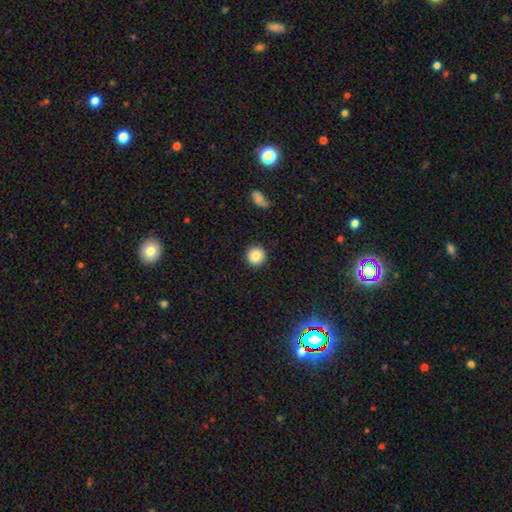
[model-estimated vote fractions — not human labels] Morphology: type=smooth (86%); roundness=round (94%); merging=none (91%).